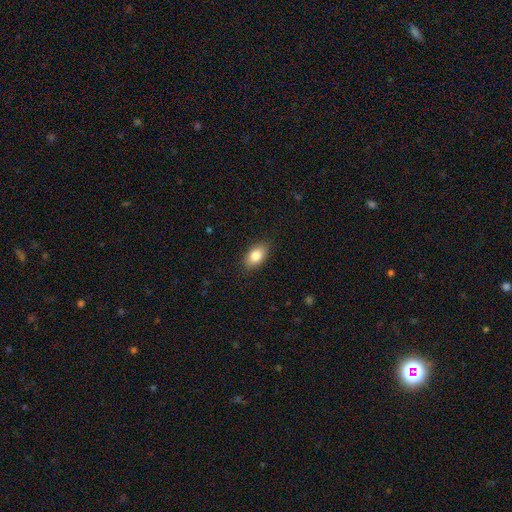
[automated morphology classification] This appears to be a smooth galaxy with no disk features (84%) that is in between round and cigar-shaped (90%). Merging: none (87%).